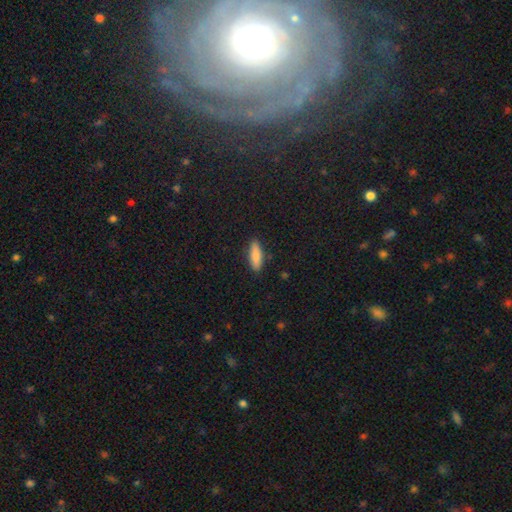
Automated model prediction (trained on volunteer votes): Smooth or featured? smooth (84%)
How rounded? in between (53%)
Merging? none (89%)